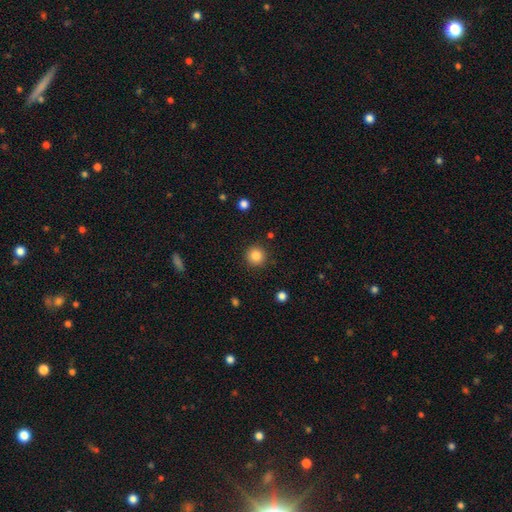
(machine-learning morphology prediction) Overall: smooth (85%). How rounded: round (95%). Merging: none (90%).